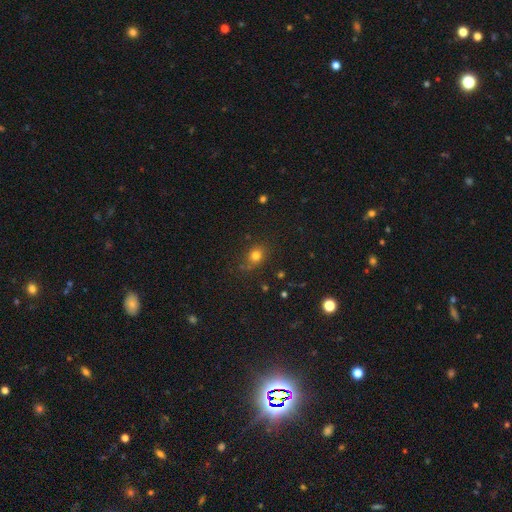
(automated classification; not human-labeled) Smooth or featured? Predicted: smooth (p=0.76). How rounded? Predicted: round (p=0.59). Merging? Predicted: none (p=0.77).